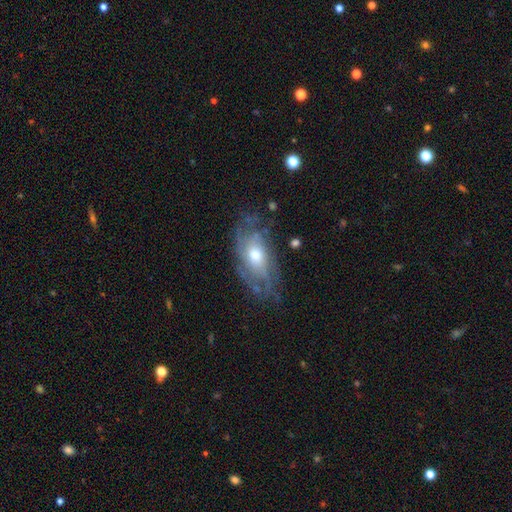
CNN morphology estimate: smooth_or_featured: featured or disk (p=0.68) [alt: smooth p=0.25]
disk_edge_on: no (p=0.90) [alt: yes p=0.10]
bar: no (p=0.77) [alt: weak p=0.19]
has_spiral_arms: yes (p=0.71) [alt: no p=0.29]
bulge_size: moderate (p=0.66) [alt: small p=0.19]
merging: none (p=0.61) [alt: minor disturbance p=0.23]